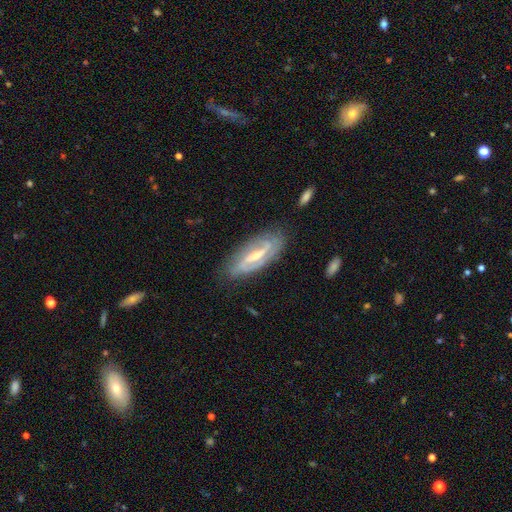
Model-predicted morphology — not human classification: Smooth or featured?
  - featured or disk: 84% *
  - smooth: 11%
  - star or artifact: 5%
Edge-on disk?
  - no: 88% *
  - yes: 12%
Bar?
  - strong: 43% *
  - weak: 39%
  - no: 18%
Spiral arms?
  - yes: 92% *
  - no: 8%
Spiral winding?
  - medium: 42% *
  - tight: 34%
  - loose: 24%
Spiral arm count?
  - 2: 80% *
  - can't tell: 11%
  - 3: 4%
  - 1: 3%
  - 4: 2%
  - more than 4: 1%
Bulge size?
  - small: 51% *
  - moderate: 44%
  - large: 2%
  - none: 2%
  - dominant: 1%
Merging?
  - none: 80% *
  - minor disturbance: 15%
  - major disturbance: 4%
  - merger: 2%